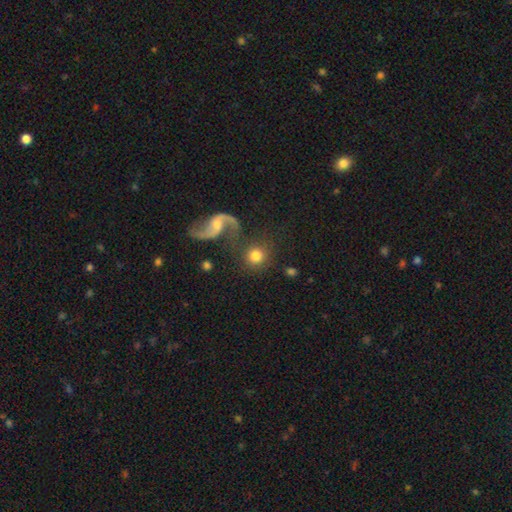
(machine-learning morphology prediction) Q: Smooth or featured?
A: smooth (71%); runner-up: featured or disk (20%)
Q: How rounded?
A: round (91%); runner-up: in between (7%)
Q: Merging?
A: none (71%); runner-up: merger (13%)